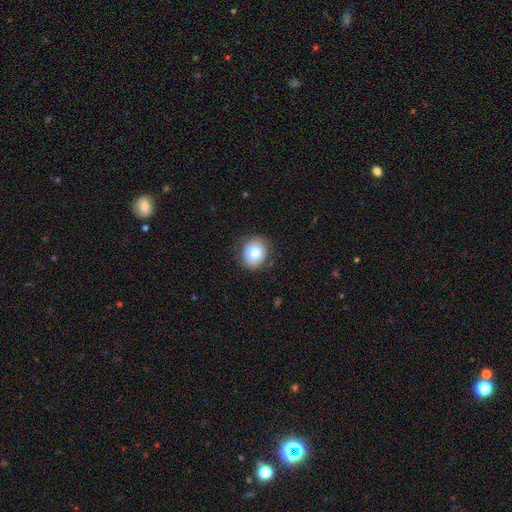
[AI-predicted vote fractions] The model was most divided on "how rounded": round: 77%, in between: 22%, cigar-shaped: 1%. More confident: merging — none (86%); smooth or featured — smooth (75%).